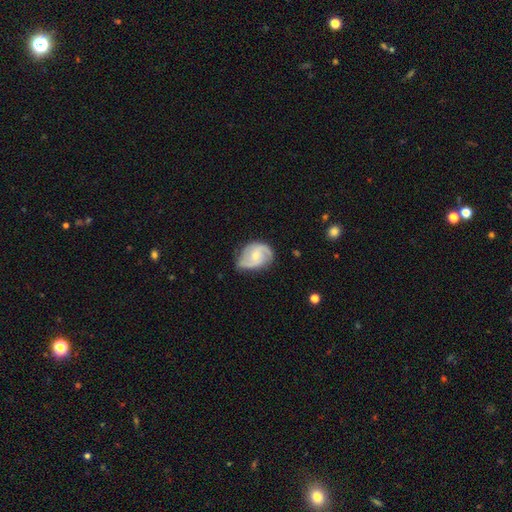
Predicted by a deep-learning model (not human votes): Smooth or featured: featured or disk — 78% (smooth — 17%)
Edge-on disk: no — 97% (yes — 3%)
Bar: no — 51% (weak — 41%)
Spiral arms: yes — 94% (no — 6%)
Spiral winding: medium — 50% (tight — 27%)
Spiral arm count: 2 — 78% (can't tell — 8%)
Bulge size: small — 55% (moderate — 39%)
Merging: none — 63% (minor disturbance — 27%)